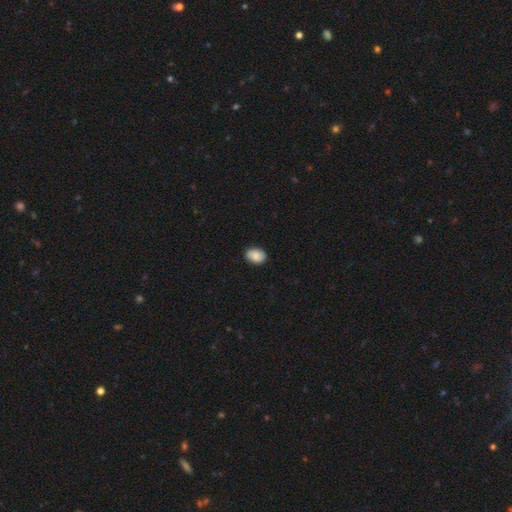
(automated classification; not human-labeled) Q: Smooth or featured?
A: smooth (84%); runner-up: featured or disk (9%)
Q: How rounded?
A: in between (72%); runner-up: round (27%)
Q: Merging?
A: none (86%); runner-up: minor disturbance (11%)